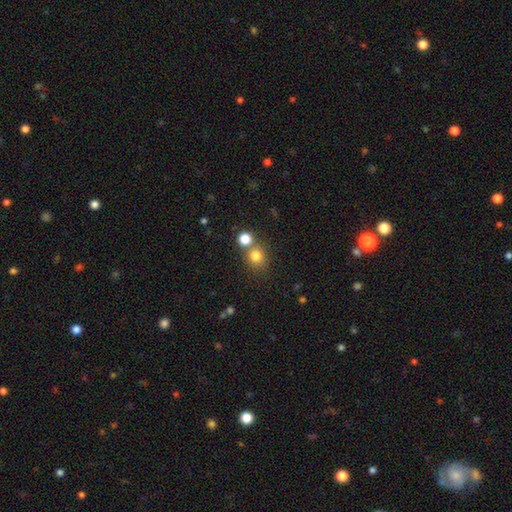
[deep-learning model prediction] Q: Smooth or featured?
A: smooth (79%); runner-up: star or artifact (14%)
Q: How rounded?
A: round (82%); runner-up: in between (17%)
Q: Merging?
A: none (62%); runner-up: merger (26%)